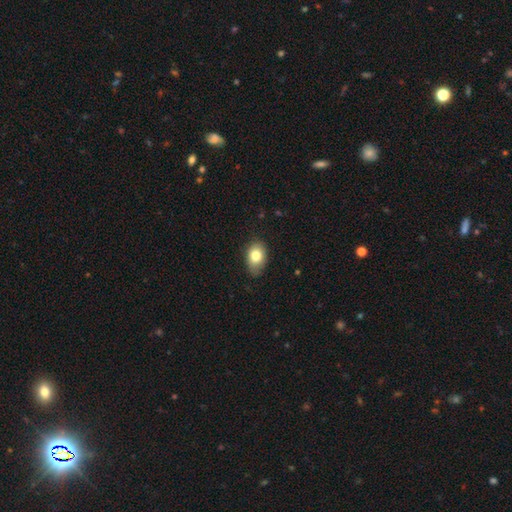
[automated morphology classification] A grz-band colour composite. It shows a smooth galaxy with no disk features (80%) that is in between round and cigar-shaped (79%). Merging: none (73%).